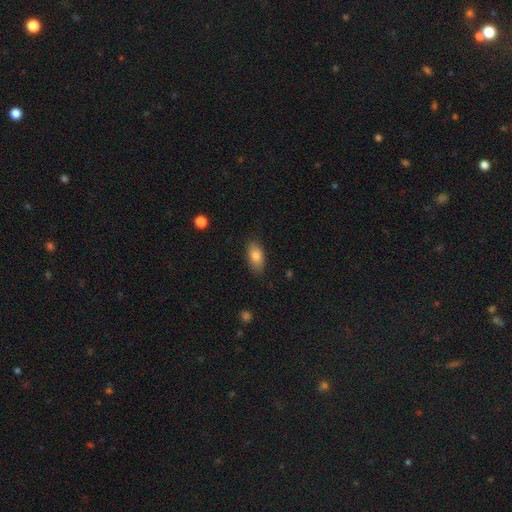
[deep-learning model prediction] Q: Smooth or featured?
A: smooth (79%); runner-up: featured or disk (13%)
Q: How rounded?
A: in between (90%); runner-up: round (5%)
Q: Merging?
A: none (84%); runner-up: minor disturbance (13%)